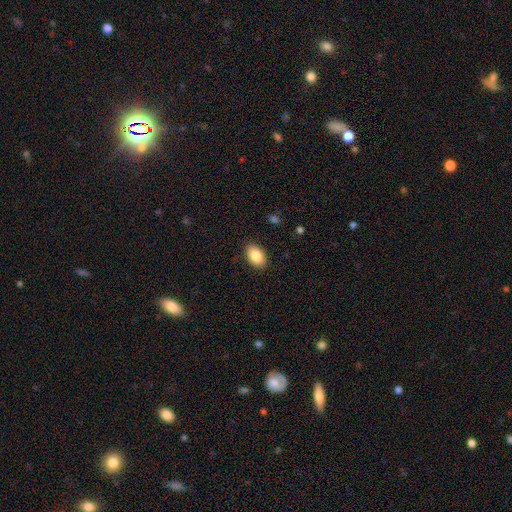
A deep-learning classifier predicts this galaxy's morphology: type=smooth (85%); roundness=in between (90%); merging=none (88%).